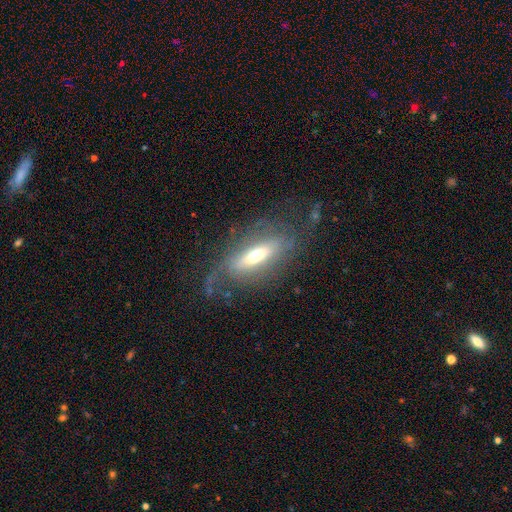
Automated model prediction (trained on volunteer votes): featured or disk 63%, smooth 30%, star or artifact 7%. Down the decision tree: edge-on disk — no (66%); merging — none (57%).